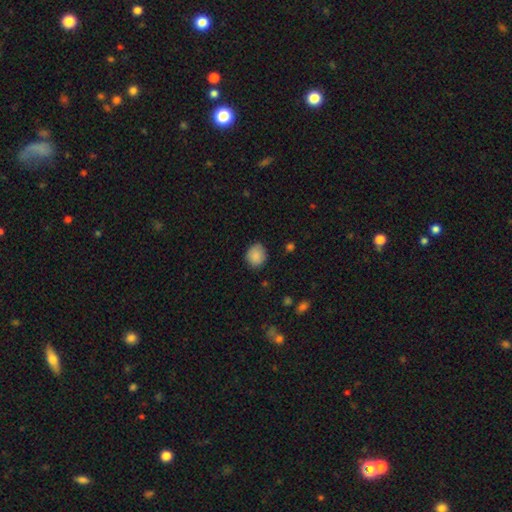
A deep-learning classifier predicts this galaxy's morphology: Smooth or featured? Predicted: smooth (p=0.87). How rounded? Predicted: round (p=0.76). Merging? Predicted: none (p=0.83).